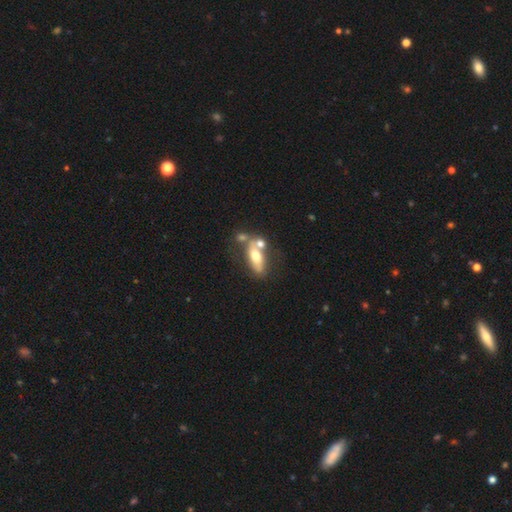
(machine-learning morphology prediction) smooth_or_featured: smooth (p=0.52) [alt: featured or disk p=0.40]
how_rounded: in between (p=0.69) [alt: cigar-shaped p=0.26]
merging: none (p=0.43) [alt: merger p=0.33]